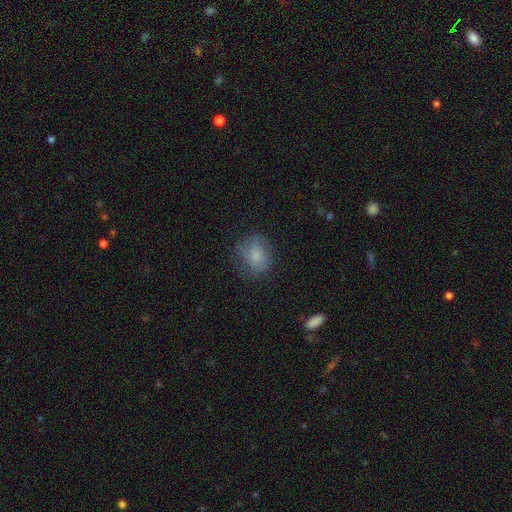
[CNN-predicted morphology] Smooth or featured?
  - smooth: 77% *
  - featured or disk: 13%
  - star or artifact: 9%
How rounded?
  - round: 59% *
  - in between: 40%
  - cigar-shaped: 1%
Merging?
  - none: 67% *
  - minor disturbance: 22%
  - major disturbance: 10%
  - merger: 1%